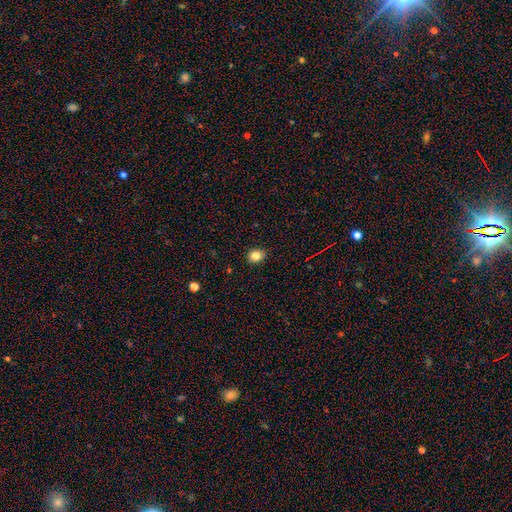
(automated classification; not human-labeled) Smooth or featured?
  - smooth: 83% *
  - star or artifact: 12%
  - featured or disk: 6%
How rounded?
  - round: 64% *
  - in between: 36%
  - cigar-shaped: 1%
Merging?
  - none: 87% *
  - minor disturbance: 10%
  - major disturbance: 2%
  - merger: 1%